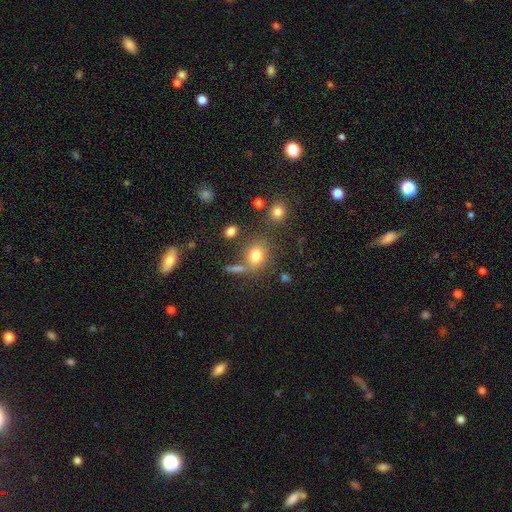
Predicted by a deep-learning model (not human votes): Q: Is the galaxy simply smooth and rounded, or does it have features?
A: smooth — 76%.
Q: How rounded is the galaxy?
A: round — 65%.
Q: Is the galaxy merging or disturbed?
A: none — 66%.